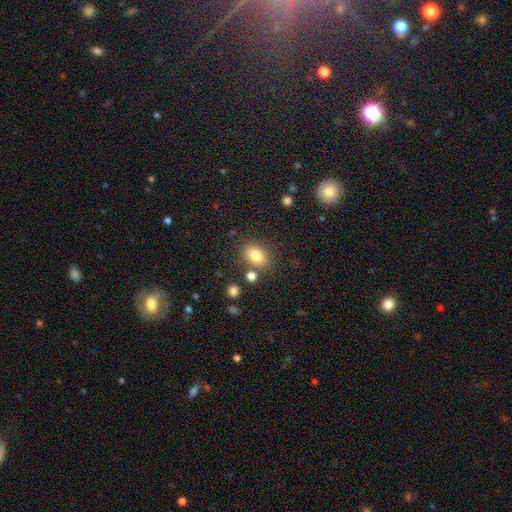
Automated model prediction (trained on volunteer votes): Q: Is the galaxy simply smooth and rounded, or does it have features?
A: smooth — 81%.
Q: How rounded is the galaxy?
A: in between — 72%.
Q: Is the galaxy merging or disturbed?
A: none — 76%.